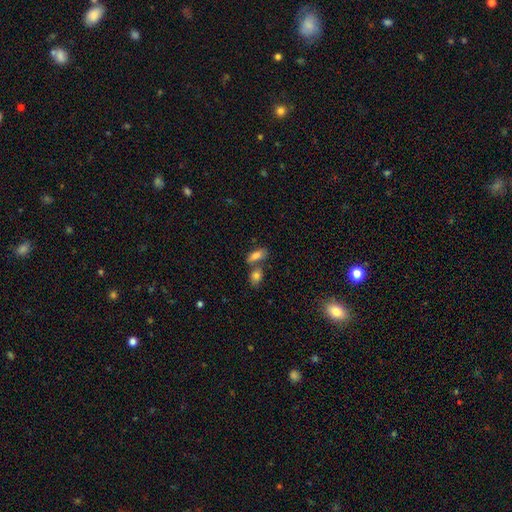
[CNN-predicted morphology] Smooth or featured?
  - smooth: 78% *
  - featured or disk: 13%
  - star or artifact: 9%
How rounded?
  - in between: 78% *
  - cigar-shaped: 17%
  - round: 5%
Merging?
  - none: 48% *
  - merger: 36%
  - minor disturbance: 12%
  - major disturbance: 4%